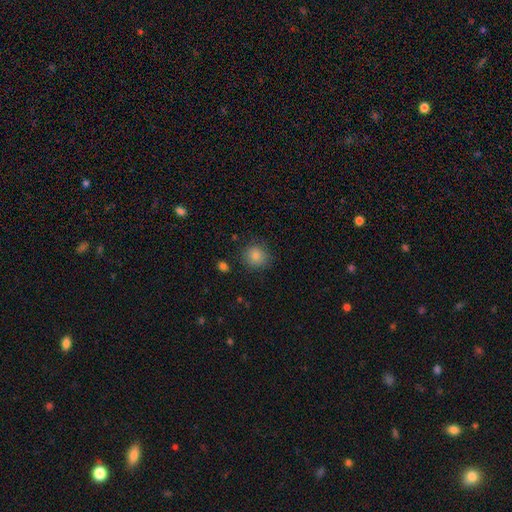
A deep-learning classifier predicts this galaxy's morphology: A smooth galaxy with no disk features (85%) that is round (84%). Merging: none (84%).